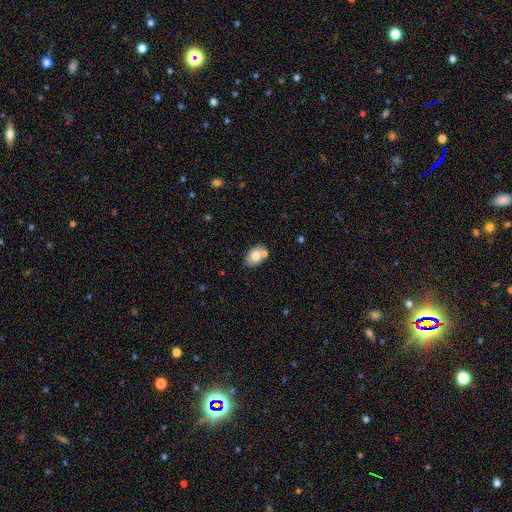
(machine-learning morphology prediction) Overall: smooth (76%). How rounded: in between (85%). Merging: none (61%; merger 21%).